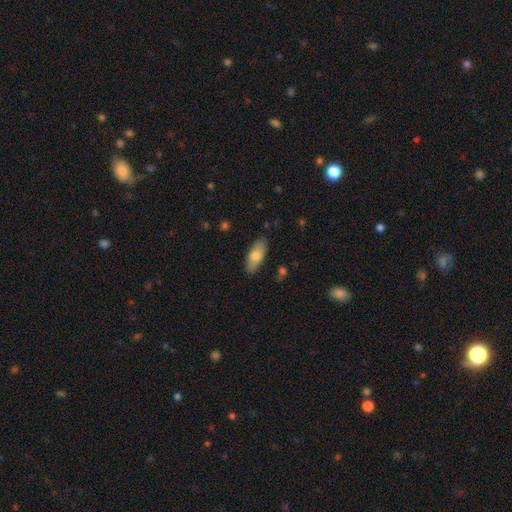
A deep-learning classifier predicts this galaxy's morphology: Smooth or featured?
  - smooth: 74% *
  - featured or disk: 20%
  - star or artifact: 6%
How rounded?
  - in between: 82% *
  - cigar-shaped: 16%
  - round: 2%
Merging?
  - none: 86% *
  - minor disturbance: 11%
  - major disturbance: 2%
  - merger: 1%